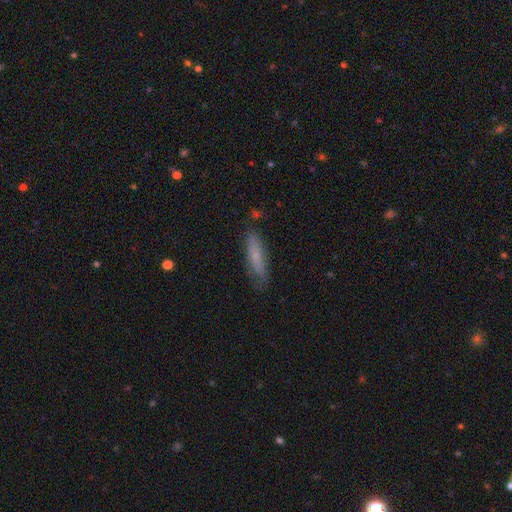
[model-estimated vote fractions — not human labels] Smooth or featured? Predicted: smooth (p=0.69). How rounded? Predicted: cigar-shaped (p=0.77). Merging? Predicted: none (p=0.79).